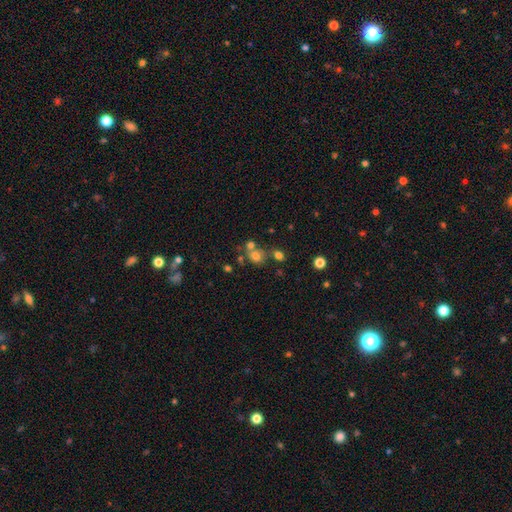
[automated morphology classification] This is likely a smooth galaxy (69%). How rounded: likely round (75%). Merging: possibly none (53%).